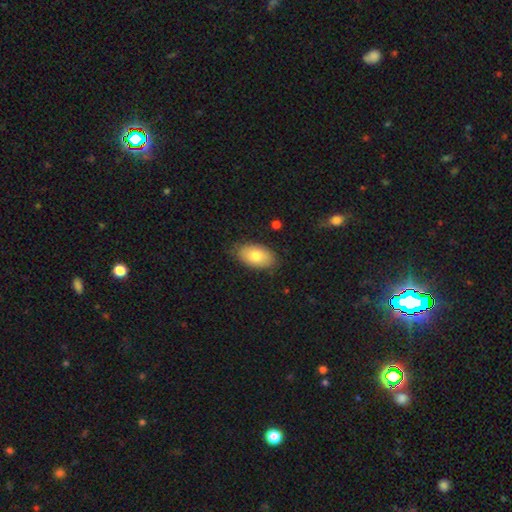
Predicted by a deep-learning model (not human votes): The model was most divided on "smooth or featured": smooth: 78%, featured or disk: 15%, star or artifact: 7%. More confident: how rounded — in between (93%); merging — none (82%).